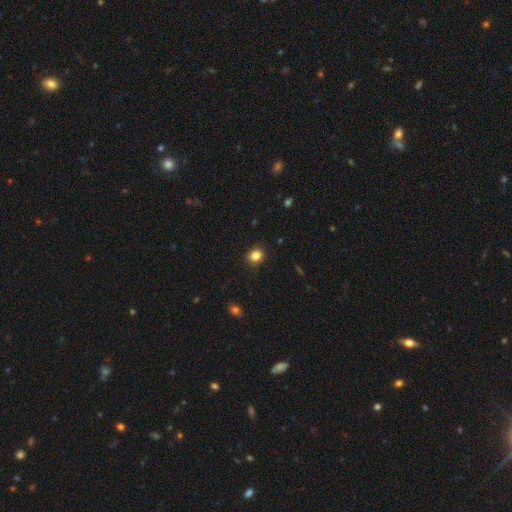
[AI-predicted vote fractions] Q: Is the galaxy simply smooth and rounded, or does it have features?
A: smooth — 84%.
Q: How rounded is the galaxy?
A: round — 72%.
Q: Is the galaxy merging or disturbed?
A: none — 90%.